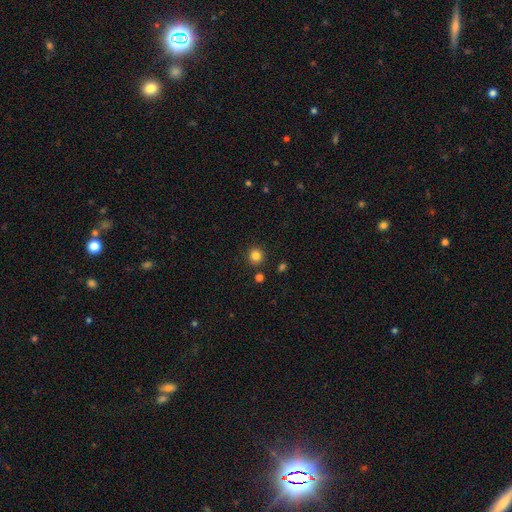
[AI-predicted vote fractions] This is clearly a smooth galaxy (83%). How rounded: clearly round (93%). Merging: clearly none (89%).